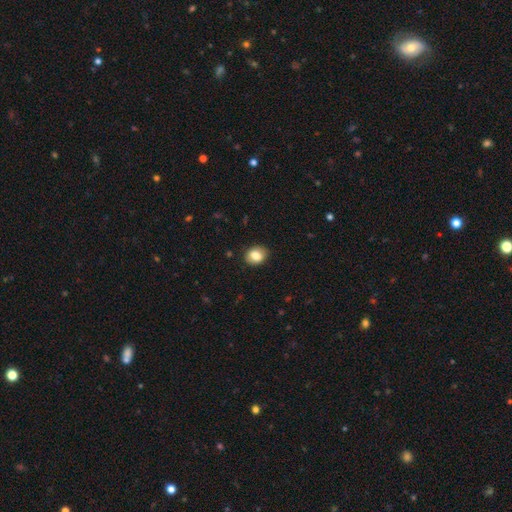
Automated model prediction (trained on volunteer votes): The model was most divided on "how rounded": round: 50%, in between: 49%, cigar-shaped: 1%. More confident: merging — none (86%); smooth or featured — smooth (82%).